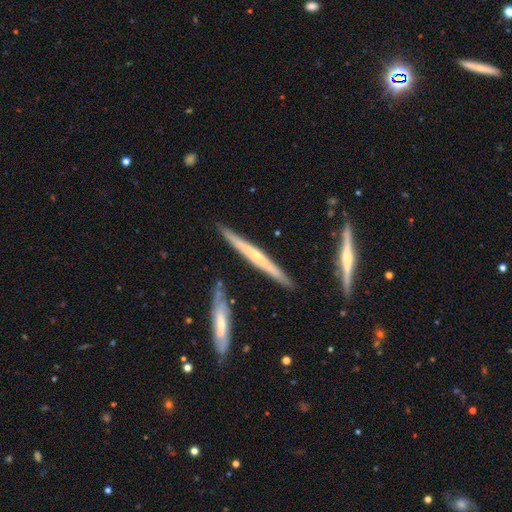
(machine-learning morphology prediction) smooth_or_featured: featured or disk (p=0.65) [alt: smooth p=0.30]
disk_edge_on: yes (p=0.95) [alt: no p=0.05]
edge_on_bulge: rounded (p=0.53) [alt: none p=0.42]
merging: none (p=0.84) [alt: minor disturbance p=0.10]